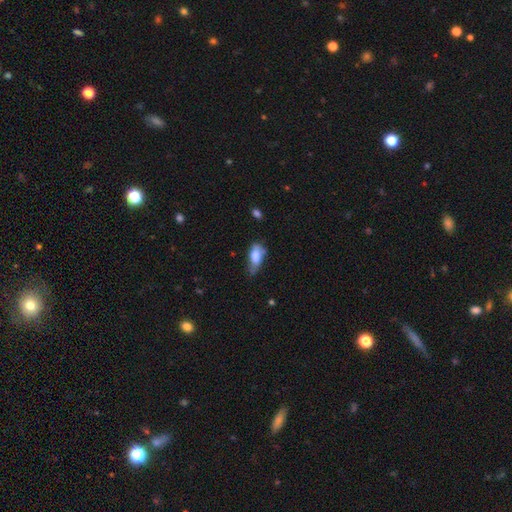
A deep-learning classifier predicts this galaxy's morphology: Overall: smooth (71%). How rounded: in between (85%). Merging: minor disturbance (42%; none 30%).